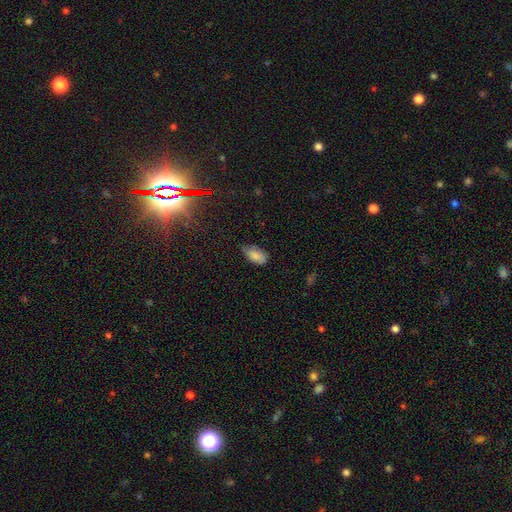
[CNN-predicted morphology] Smooth or featured? Predicted: smooth (p=0.83). How rounded? Predicted: in between (p=0.92). Merging? Predicted: none (p=0.50).